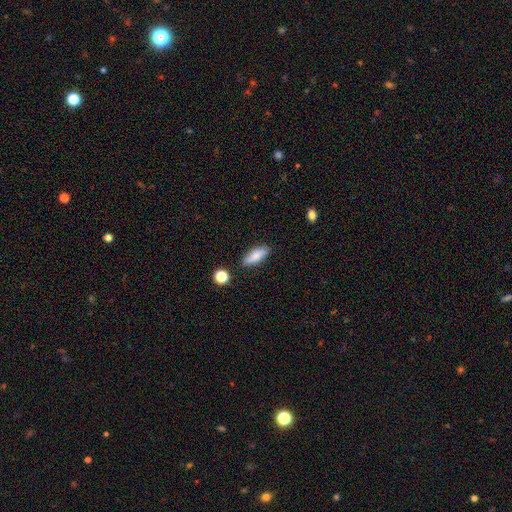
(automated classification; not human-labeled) The model was most divided on "how rounded": in between: 66%, cigar-shaped: 31%, round: 3%. More confident: merging — none (83%); smooth or featured — smooth (80%).